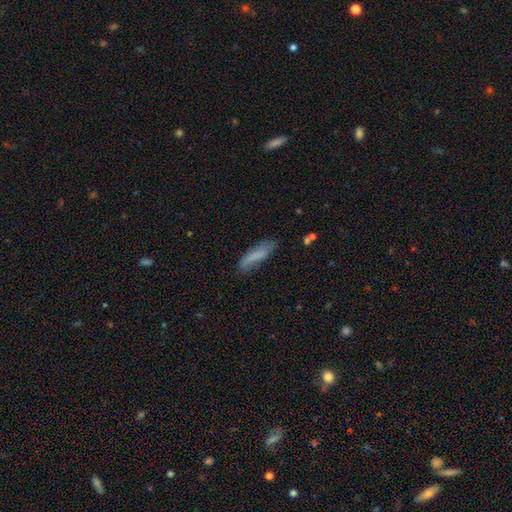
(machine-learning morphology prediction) This appears to be a smooth galaxy with no disk features (72%) that is cigar-shaped (66%). Merging: none (66%).